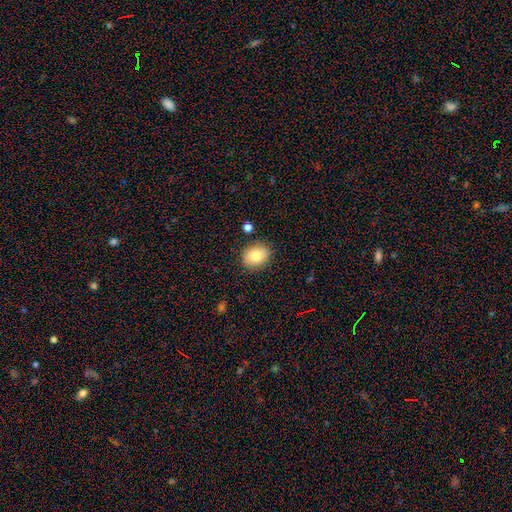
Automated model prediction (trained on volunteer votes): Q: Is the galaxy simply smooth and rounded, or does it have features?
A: smooth — 81%.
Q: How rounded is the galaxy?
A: in between — 57%.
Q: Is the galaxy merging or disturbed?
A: none — 85%.